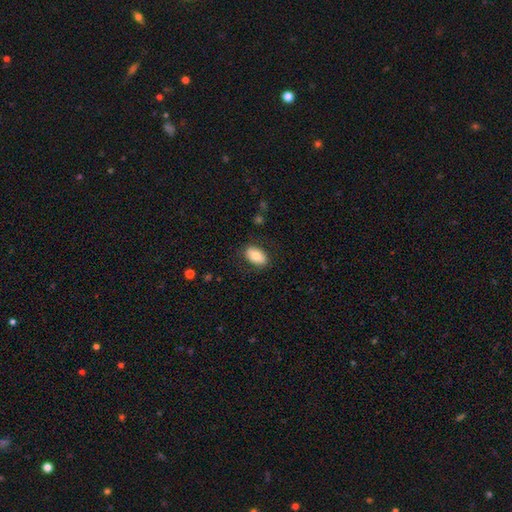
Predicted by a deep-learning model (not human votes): The model was most divided on "smooth or featured": smooth: 77%, featured or disk: 16%, star or artifact: 7%. More confident: how rounded — in between (91%); merging — none (81%).